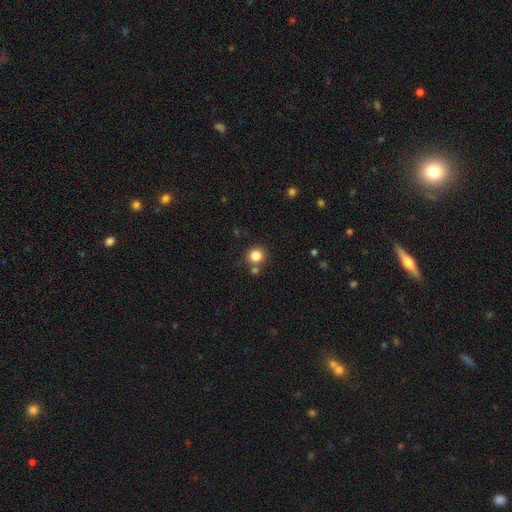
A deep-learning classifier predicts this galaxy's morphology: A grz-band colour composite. It shows a smooth galaxy with no disk features (84%) that is round (89%). Merging: none (76%).